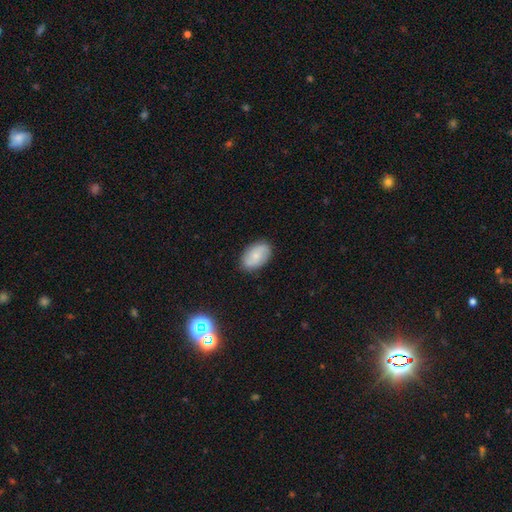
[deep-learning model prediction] Smooth or featured: smooth — 60% (featured or disk — 33%)
How rounded: in between — 91% (round — 8%)
Merging: none — 85% (minor disturbance — 11%)